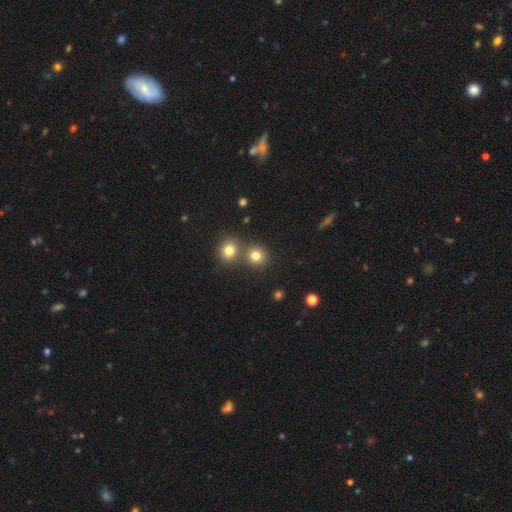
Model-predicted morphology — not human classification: Smooth or featured? Predicted: smooth (p=0.79). How rounded? Predicted: round (p=0.88). Merging? Predicted: none (p=0.67).